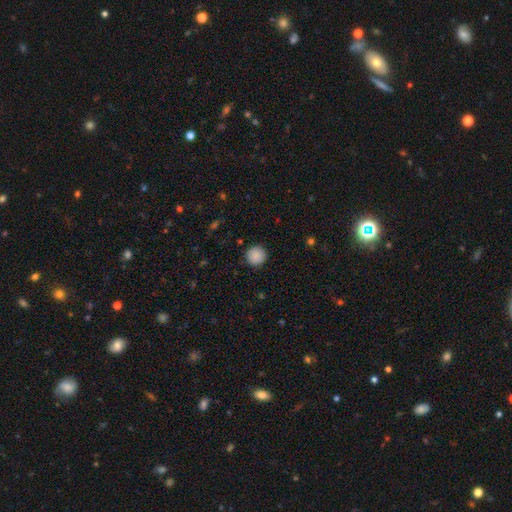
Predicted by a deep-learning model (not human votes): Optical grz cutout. It shows a smooth galaxy with no disk features (88%) that is round (95%). Merging: none (91%).